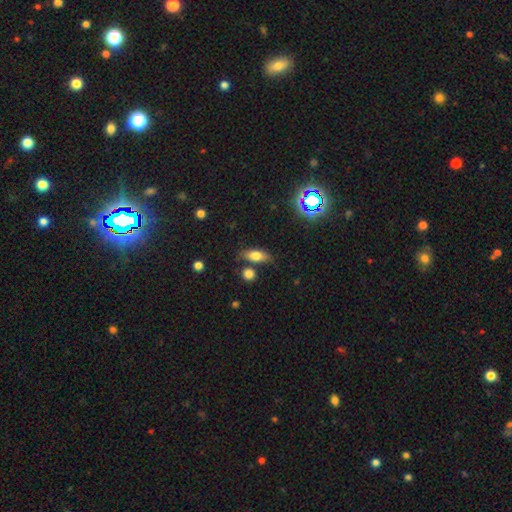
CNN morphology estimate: The model was most divided on "how rounded": in between: 72%, cigar-shaped: 22%, round: 6%. More confident: merging — none (73%); smooth or featured — smooth (70%).